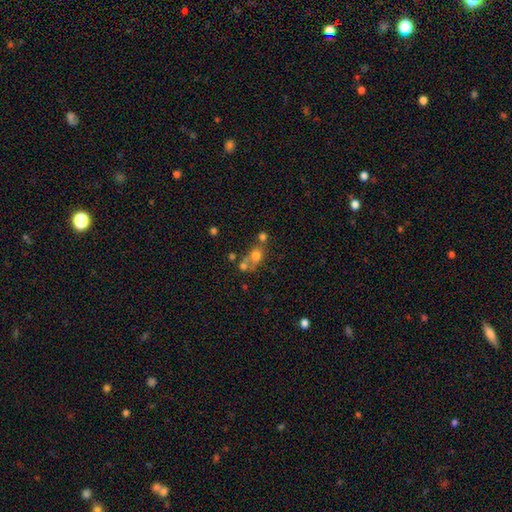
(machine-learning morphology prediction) This is likely a smooth galaxy (66%). How rounded: likely round (64%). Merging: possibly merger (45%).